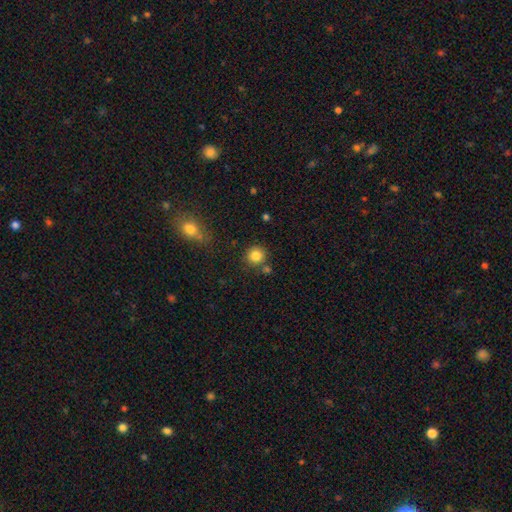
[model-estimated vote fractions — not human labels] smooth-or-featured: smooth: 83% | star or artifact: 11% | featured or disk: 6%
  how-rounded: round: 90% | in between: 9% | cigar-shaped: 1%
  merging: none: 77% | minor disturbance: 10% | merger: 10% | major disturbance: 3%